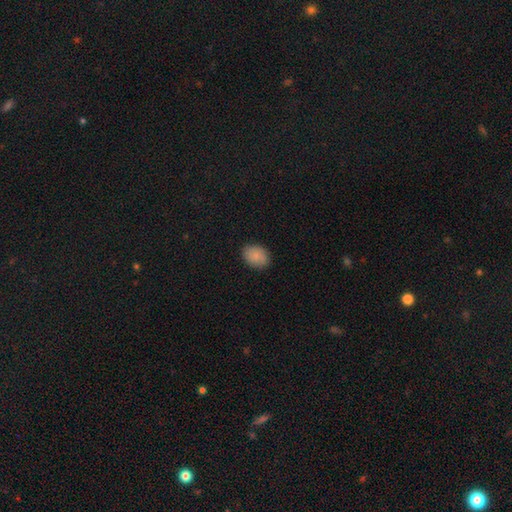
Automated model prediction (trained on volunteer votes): Morphology: type=smooth (88%); roundness=in between (69%); merging=none (87%).